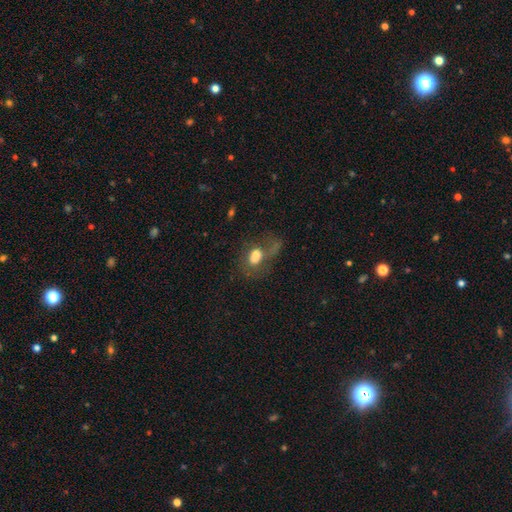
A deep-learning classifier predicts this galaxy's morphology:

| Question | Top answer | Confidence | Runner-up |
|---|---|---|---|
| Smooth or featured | smooth | 57% | featured or disk (32%) |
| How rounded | in between | 75% | round (23%) |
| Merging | major disturbance | 46% | none (26%) |